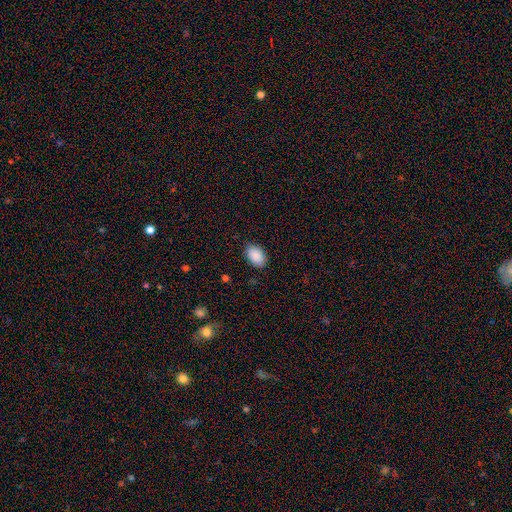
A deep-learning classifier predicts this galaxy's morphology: smooth 90%, star or artifact 7%, featured or disk 3%. Down the decision tree: how rounded — in between (90%); merging — none (86%).